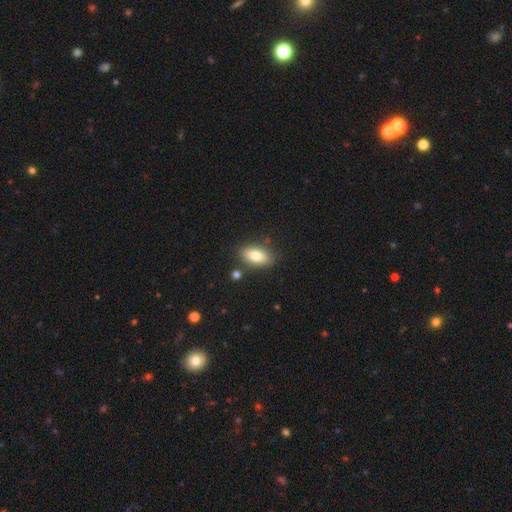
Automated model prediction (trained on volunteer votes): The model was most divided on "smooth or featured": smooth: 77%, featured or disk: 16%, star or artifact: 8%. More confident: how rounded — in between (87%); merging — none (81%).